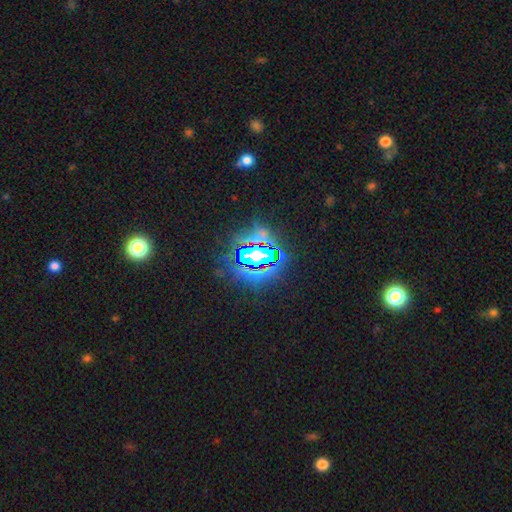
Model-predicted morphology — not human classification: smooth-or-featured: star or artifact: 73% | smooth: 14% | featured or disk: 12%